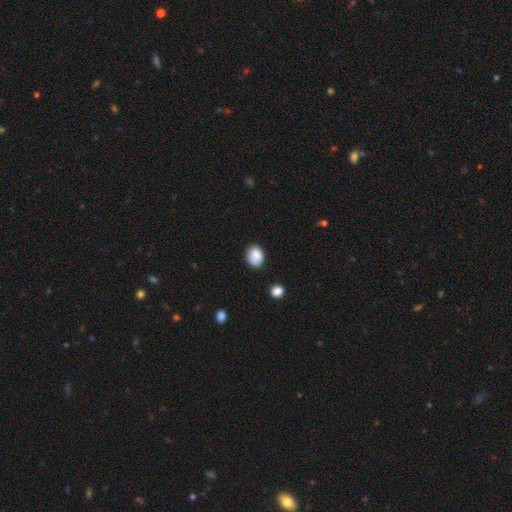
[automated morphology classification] Smooth or featured: smooth — 87% (star or artifact — 8%)
How rounded: in between — 60% (round — 39%)
Merging: none — 75% (minor disturbance — 18%)